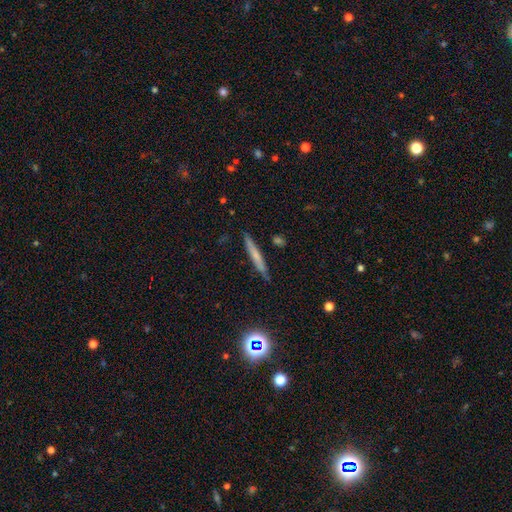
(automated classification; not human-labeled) Smooth or featured? smooth (55%)
How rounded? cigar-shaped (94%)
Merging? none (85%)